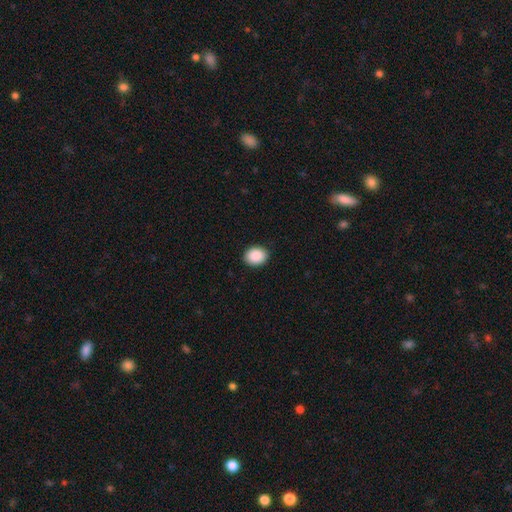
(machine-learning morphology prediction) Overall: smooth (90%). How rounded: in between (54%; round 45%). Merging: none (90%).